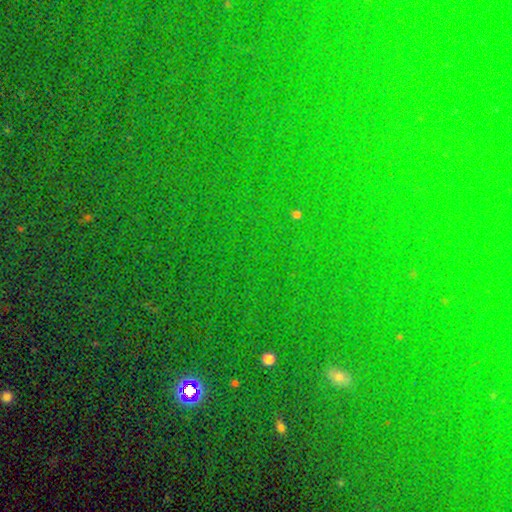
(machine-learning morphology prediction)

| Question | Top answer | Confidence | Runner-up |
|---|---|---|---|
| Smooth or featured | star or artifact | 79% | smooth (13%) |